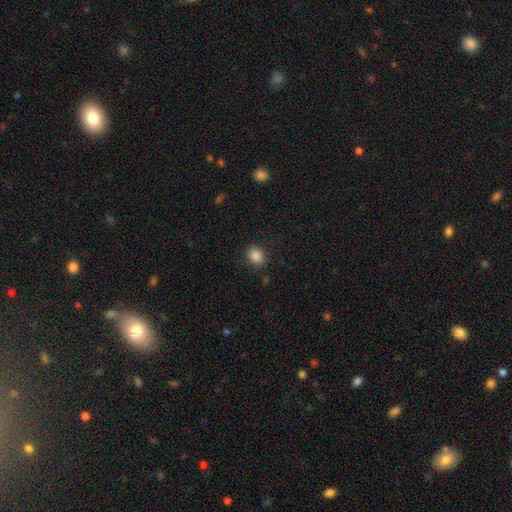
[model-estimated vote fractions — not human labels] This is clearly a smooth galaxy (86%). How rounded: possibly round (57%). Merging: clearly none (86%).